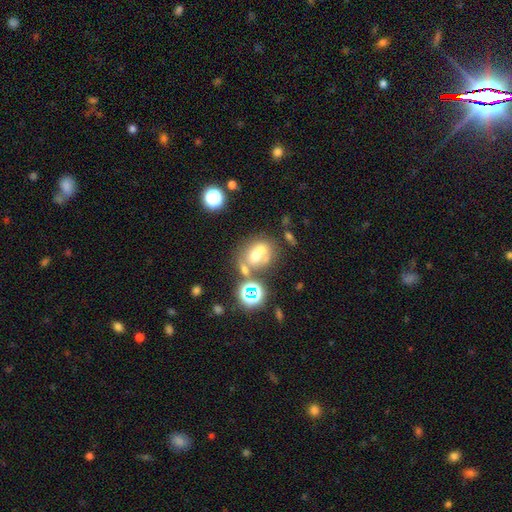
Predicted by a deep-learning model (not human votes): smooth_or_featured: smooth (p=0.44) [alt: featured or disk p=0.30]
merging: merger (p=0.39) [alt: none p=0.38]